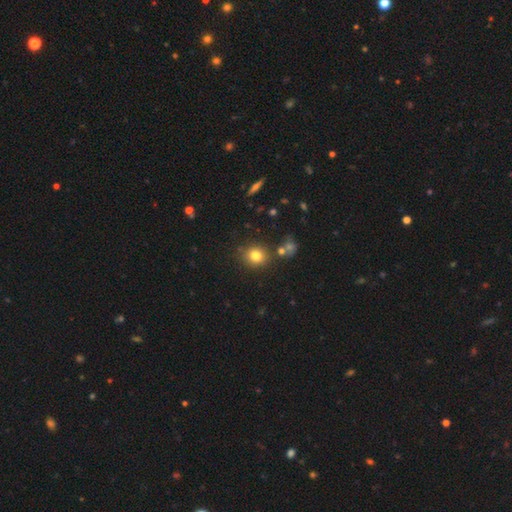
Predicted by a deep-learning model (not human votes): A smooth galaxy with no disk features (79%) that is round (81%). Merging: none (80%).